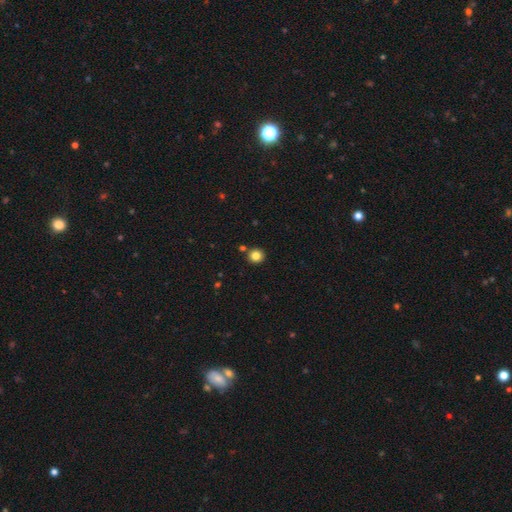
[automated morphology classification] Q: Smooth or featured?
A: smooth (83%); runner-up: star or artifact (12%)
Q: How rounded?
A: round (93%); runner-up: in between (6%)
Q: Merging?
A: none (87%); runner-up: minor disturbance (6%)